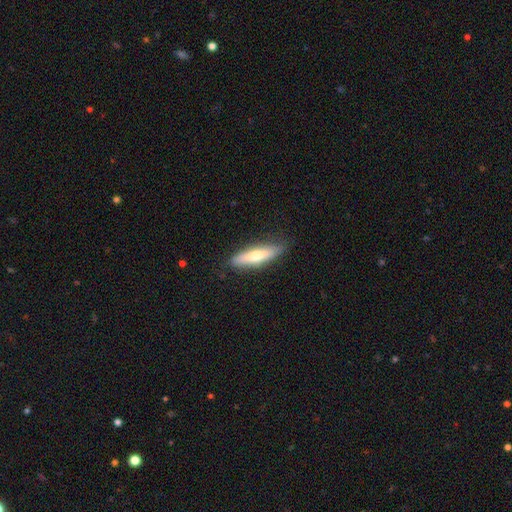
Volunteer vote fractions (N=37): This is possibly a smooth galaxy (46%, tied with featured or disk). How rounded: possibly in between (59%). Merging: clearly none (85%).